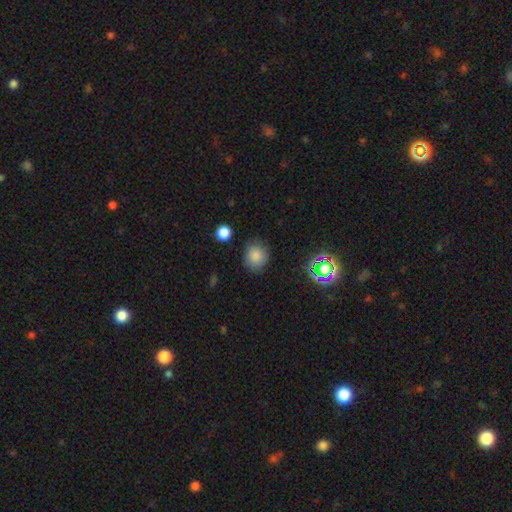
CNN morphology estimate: Smooth or featured?
  - smooth: 82% *
  - star or artifact: 12%
  - featured or disk: 6%
How rounded?
  - round: 76% *
  - in between: 23%
  - cigar-shaped: 1%
Merging?
  - none: 83% *
  - minor disturbance: 12%
  - major disturbance: 3%
  - merger: 2%